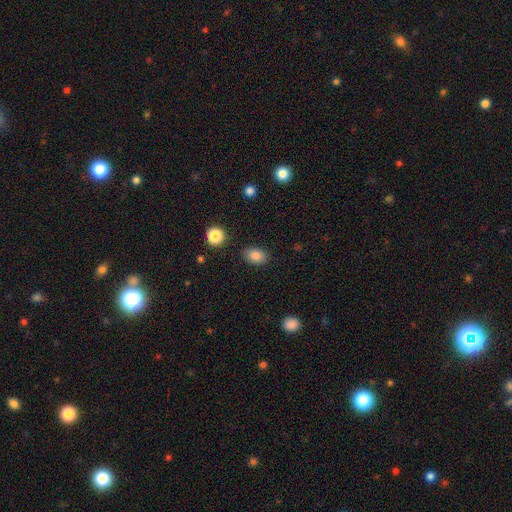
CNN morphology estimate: type=smooth (84%); roundness=in between (79%); merging=none (86%).